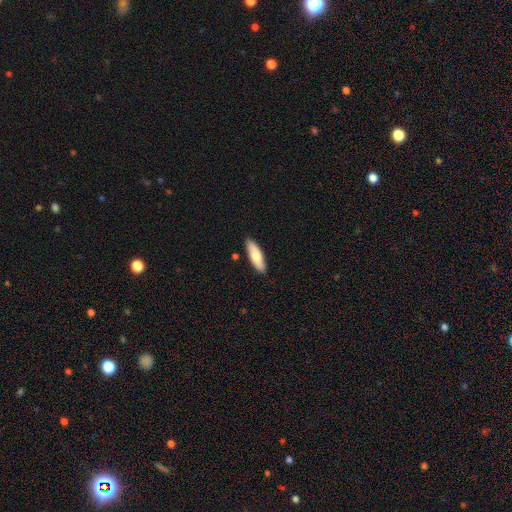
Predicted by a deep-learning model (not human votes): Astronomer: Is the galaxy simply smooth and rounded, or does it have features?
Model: smooth — 73%.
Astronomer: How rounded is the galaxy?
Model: cigar-shaped — 50% (runner-up: in between, 48%).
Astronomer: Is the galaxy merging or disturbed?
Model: none — 88%.